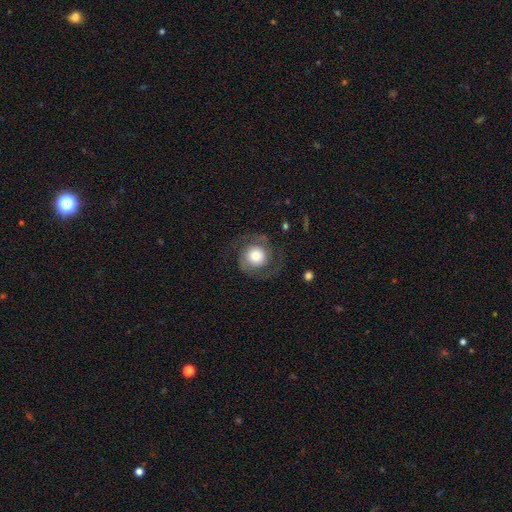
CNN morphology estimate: Smooth or featured: featured or disk — 60% (smooth — 33%)
Edge-on disk: no — 97% (yes — 3%)
Bar: no — 80% (weak — 16%)
Spiral arms: yes — 86% (no — 14%)
Spiral winding: medium — 43% (tight — 34%)
Spiral arm count: 2 — 85% (1 — 6%)
Bulge size: moderate — 41% (large — 35%)
Merging: none — 71% (minor disturbance — 14%)